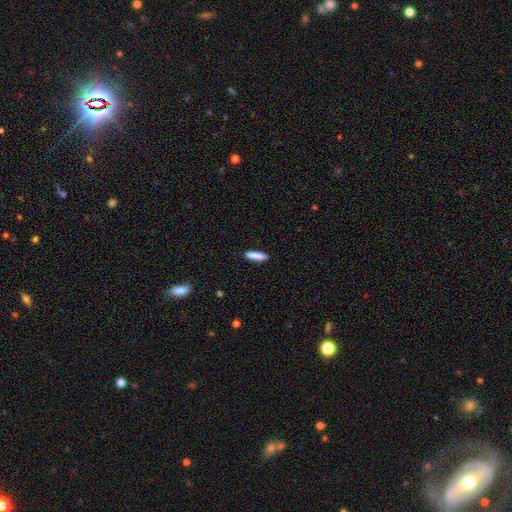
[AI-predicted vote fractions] A smooth galaxy with no disk features (87%) that is cigar-shaped (76%).

Vote fractions:
- Smooth or featured? smooth: 87% / featured or disk: 7% / star or artifact: 6%
- How rounded? cigar-shaped: 76% / in between: 22% / round: 1%
- Merging? none: 88% / minor disturbance: 9% / major disturbance: 2% / merger: 1%